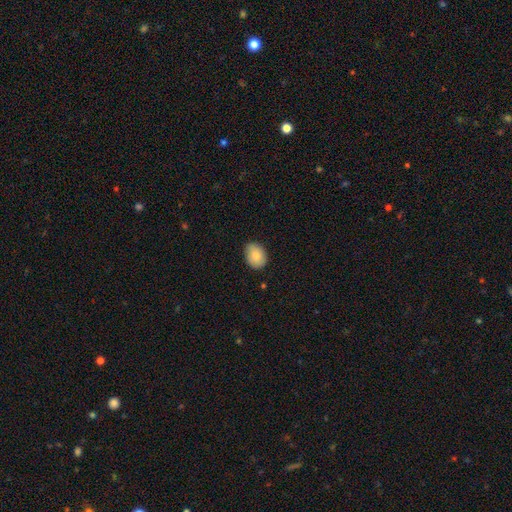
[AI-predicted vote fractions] Overall: smooth (87%). How rounded: in between (69%; round 30%). Merging: none (80%).